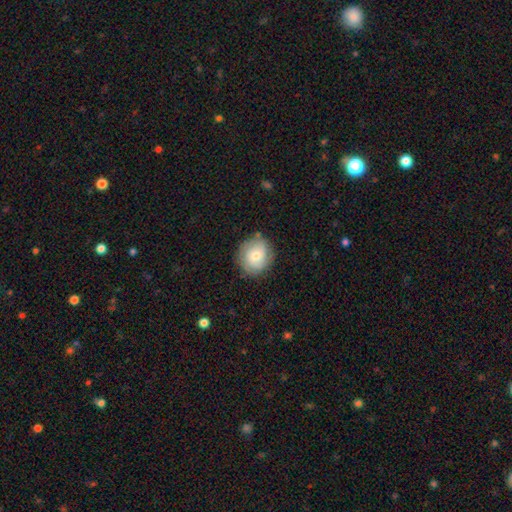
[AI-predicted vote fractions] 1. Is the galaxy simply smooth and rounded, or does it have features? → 62% smooth, 30% featured or disk, 8% star or artifact.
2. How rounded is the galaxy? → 83% round, 16% in between, 1% cigar-shaped.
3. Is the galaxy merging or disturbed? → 81% none, 14% minor disturbance, 4% major disturbance, 2% merger.